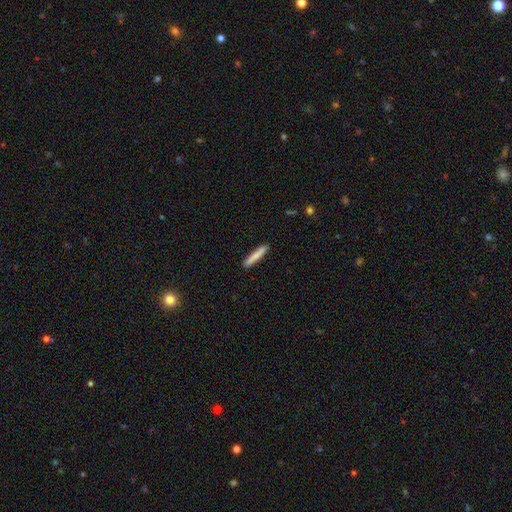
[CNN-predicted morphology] A smooth galaxy with no disk features (79%) that is cigar-shaped (94%).

Vote fractions:
- Smooth or featured? smooth: 79% / featured or disk: 15% / star or artifact: 6%
- How rounded? cigar-shaped: 94% / in between: 5% / round: 1%
- Merging? none: 91% / minor disturbance: 6% / major disturbance: 1% / merger: 1%